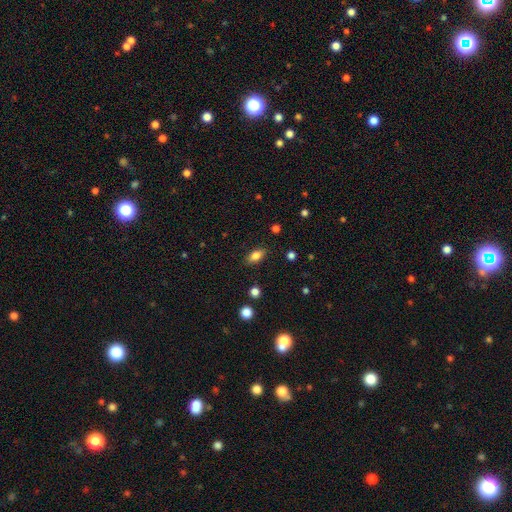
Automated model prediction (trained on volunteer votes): The model was most divided on "smooth or featured": smooth: 82%, star or artifact: 10%, featured or disk: 8%. More confident: how rounded — in between (86%); merging — none (85%).